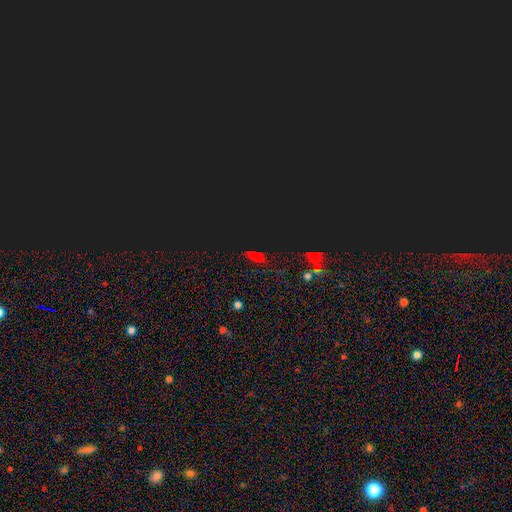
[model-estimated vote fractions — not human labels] smooth_or_featured: star or artifact (p=0.51) [alt: smooth p=0.40]